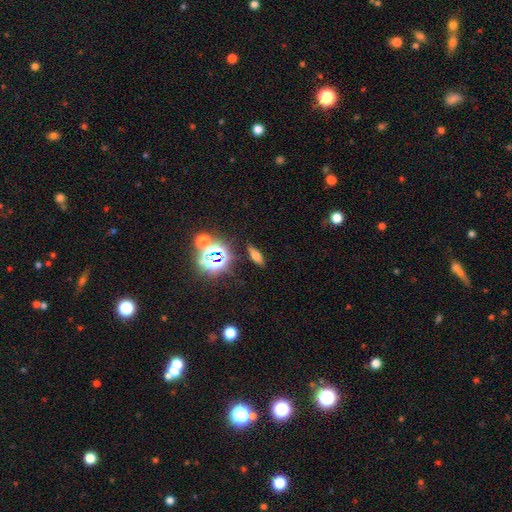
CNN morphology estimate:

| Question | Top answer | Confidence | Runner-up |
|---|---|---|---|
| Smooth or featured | smooth | 52% | star or artifact (27%) |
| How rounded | in between | 48% | cigar-shaped (42%) |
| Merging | none | 85% | minor disturbance (9%) |